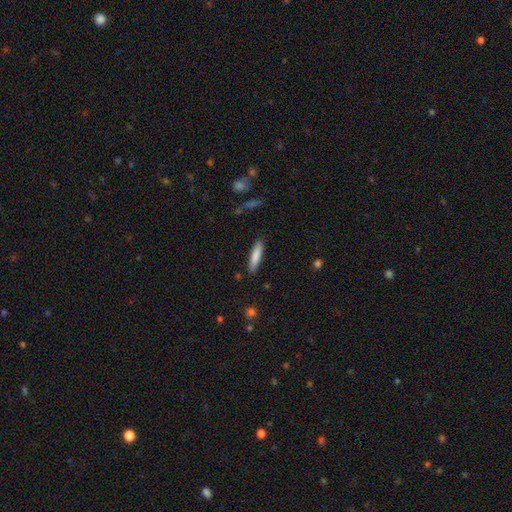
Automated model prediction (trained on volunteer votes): Smooth or featured? smooth (82%)
How rounded? cigar-shaped (80%)
Merging? none (87%)